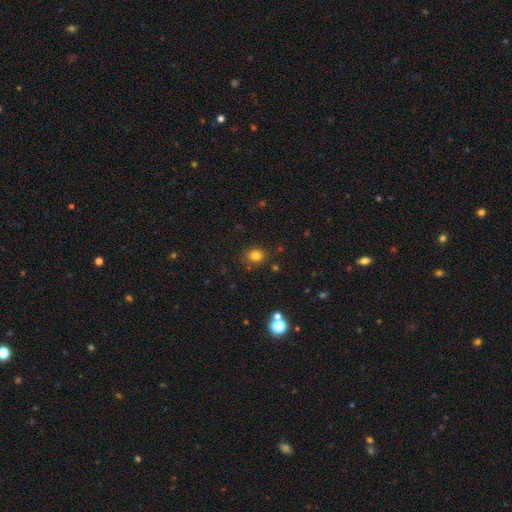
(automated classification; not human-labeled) A smooth galaxy with no disk features (79%) that is round (73%).

Vote fractions:
- Smooth or featured? smooth: 79% / star or artifact: 15% / featured or disk: 6%
- How rounded? round: 73% / in between: 26% / cigar-shaped: 1%
- Merging? none: 83% / minor disturbance: 11% / merger: 3% / major disturbance: 3%